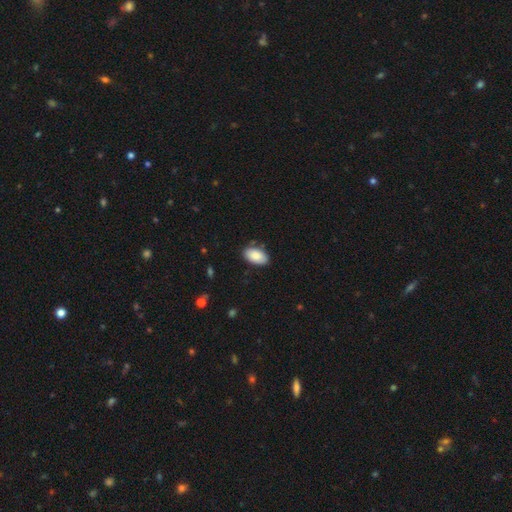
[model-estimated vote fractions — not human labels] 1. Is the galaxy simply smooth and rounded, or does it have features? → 88% smooth, 6% star or artifact, 6% featured or disk.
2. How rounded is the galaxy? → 95% in between, 4% round, 2% cigar-shaped.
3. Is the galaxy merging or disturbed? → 82% none, 13% minor disturbance, 2% major disturbance, 2% merger.